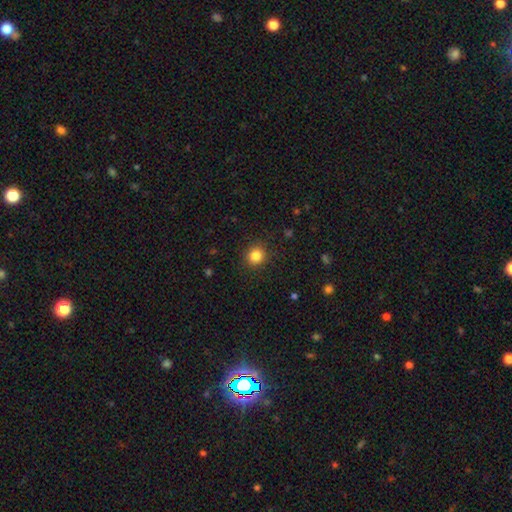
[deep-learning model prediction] A smooth galaxy with no disk features (84%) that is round (88%). Merging: none (89%).